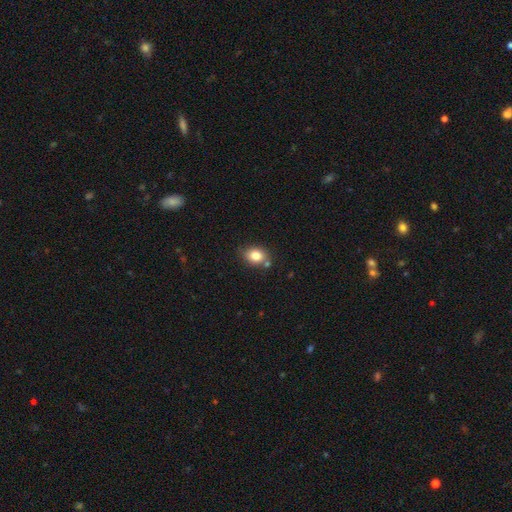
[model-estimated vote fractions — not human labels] Morphology: type=smooth (82%); roundness=in between (51%); merging=none (72%).